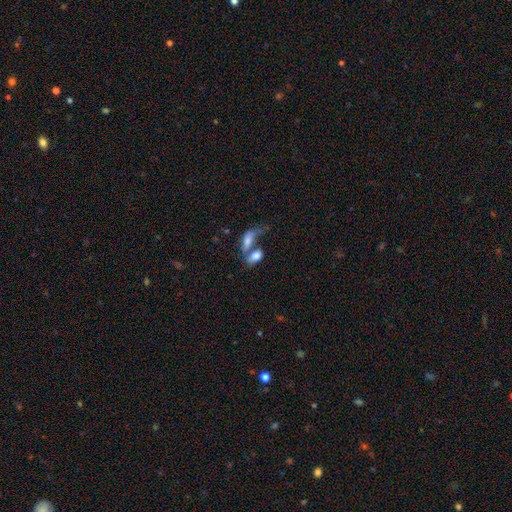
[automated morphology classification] smooth 76%, featured or disk 16%, star or artifact 8%. Down the decision tree: how rounded — in between (88%); merging — merger (57%).